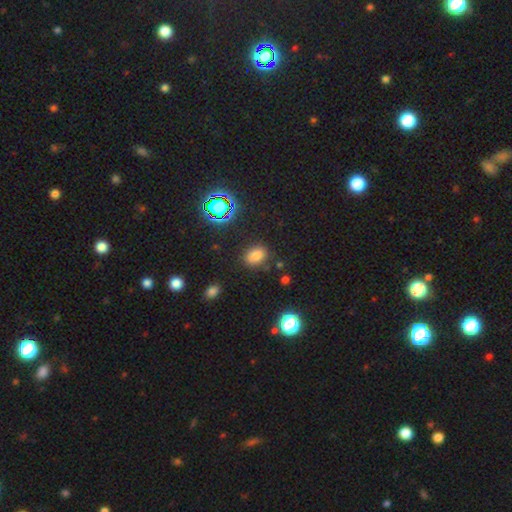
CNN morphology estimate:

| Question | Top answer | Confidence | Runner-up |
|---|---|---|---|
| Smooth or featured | smooth | 76% | star or artifact (18%) |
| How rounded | in between | 73% | round (25%) |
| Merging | none | 82% | minor disturbance (12%) |